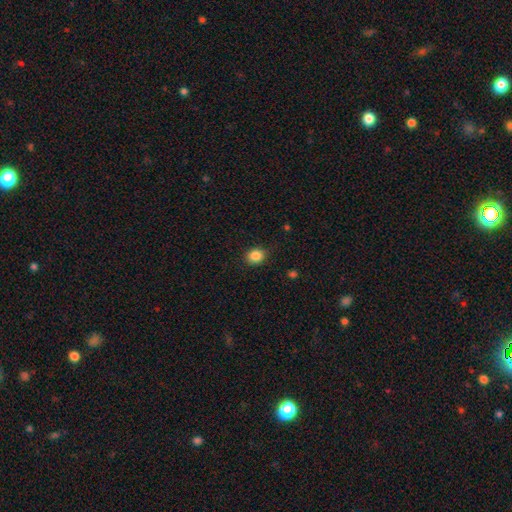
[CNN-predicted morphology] Smooth or featured: smooth — 86% (star or artifact — 10%)
How rounded: round — 60% (in between — 39%)
Merging: none — 87% (minor disturbance — 10%)